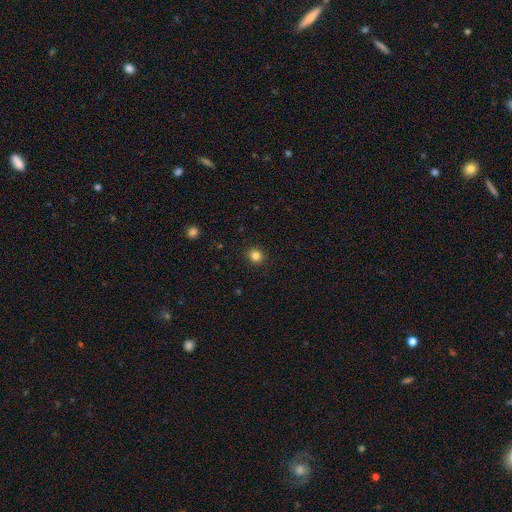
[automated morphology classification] This appears to be a smooth galaxy with no disk features (84%) that is round (87%). Merging: none (92%).